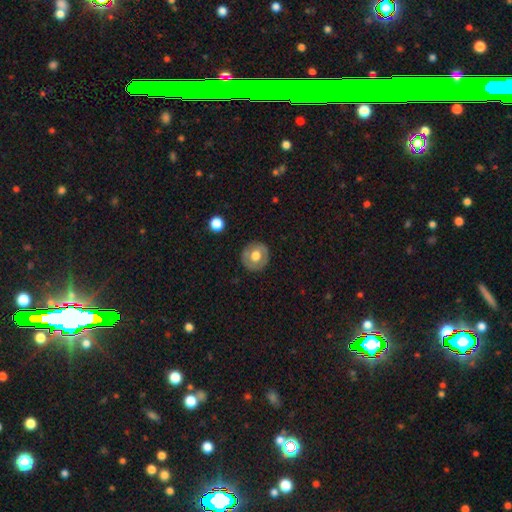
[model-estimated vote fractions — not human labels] smooth_or_featured: smooth (p=0.57) [alt: featured or disk p=0.36]
how_rounded: round (p=0.86) [alt: in between p=0.13]
merging: none (p=0.86) [alt: minor disturbance p=0.10]